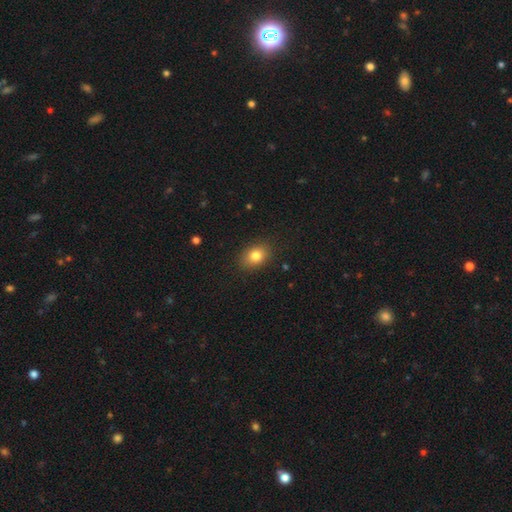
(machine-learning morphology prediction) smooth_or_featured: smooth (p=0.81) [alt: star or artifact p=0.10]
how_rounded: in between (p=0.69) [alt: round p=0.30]
merging: none (p=0.87) [alt: minor disturbance p=0.09]